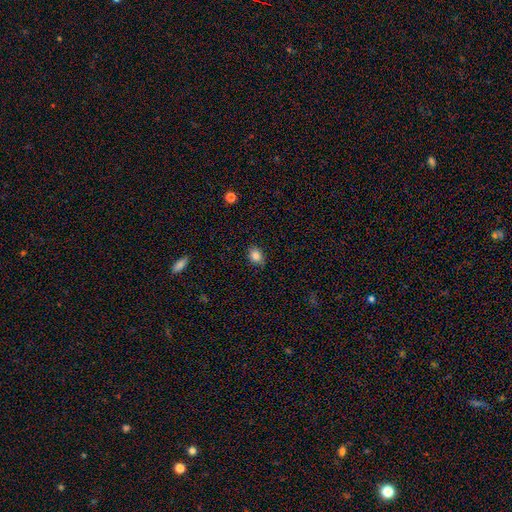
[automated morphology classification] smooth-or-featured: smooth: 83% | star or artifact: 11% | featured or disk: 6%
  how-rounded: in between: 54% | round: 45% | cigar-shaped: 1%
  merging: none: 84% | minor disturbance: 12% | major disturbance: 2% | merger: 1%